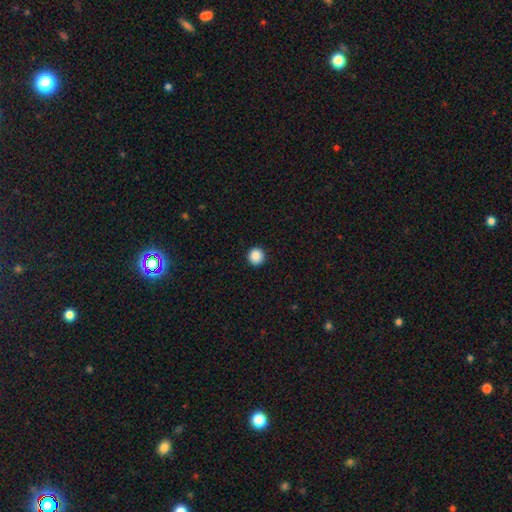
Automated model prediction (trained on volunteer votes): smooth-or-featured: smooth: 88% | star or artifact: 9% | featured or disk: 3%
  how-rounded: round: 95% | in between: 4% | cigar-shaped: 1%
  merging: none: 93% | minor disturbance: 4% | major disturbance: 1% | merger: 1%